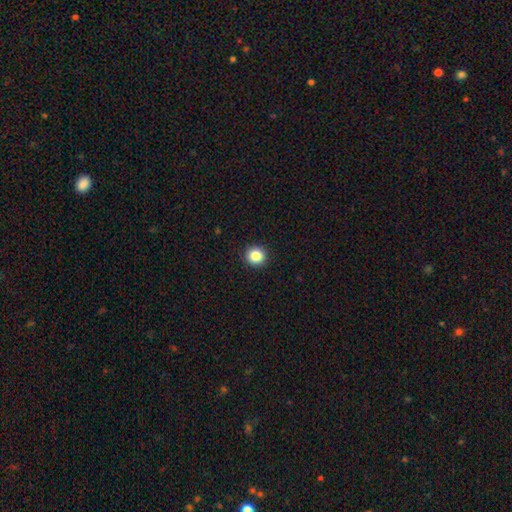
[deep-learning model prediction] Q: Smooth or featured?
A: smooth (85%); runner-up: star or artifact (10%)
Q: How rounded?
A: round (92%); runner-up: in between (7%)
Q: Merging?
A: none (93%); runner-up: minor disturbance (4%)